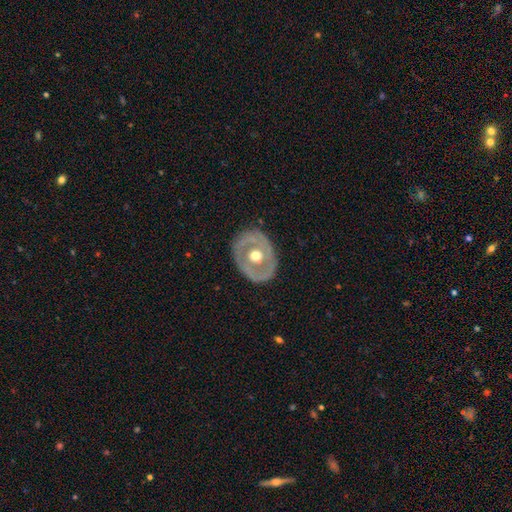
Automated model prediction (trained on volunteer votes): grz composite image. It shows a featured or disk galaxy (67%) with no bar (86%), no spiral arms (78%) and a moderate central bulge (80%). Merging: none (77%).